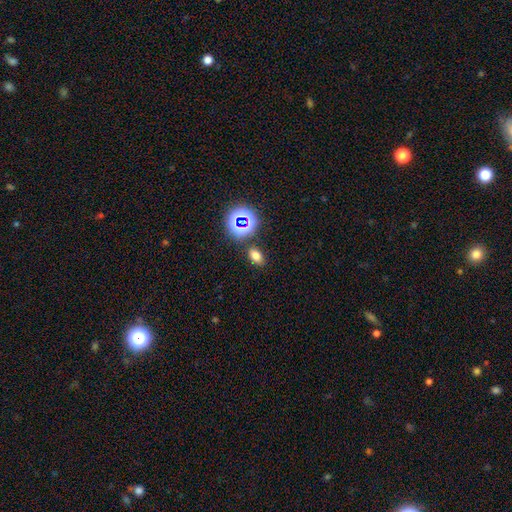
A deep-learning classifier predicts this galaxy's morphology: A smooth galaxy with no disk features (69%) that is in between round and cigar-shaped (81%).

Vote fractions:
- Smooth or featured? smooth: 69% / star or artifact: 23% / featured or disk: 8%
- How rounded? in between: 81% / round: 17% / cigar-shaped: 2%
- Merging? none: 83% / minor disturbance: 9% / merger: 5% / major disturbance: 3%